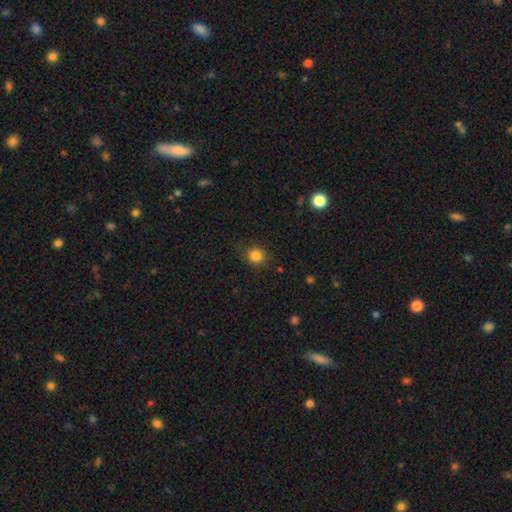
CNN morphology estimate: A smooth galaxy with no disk features (83%) that is round (78%). Merging: none (83%).